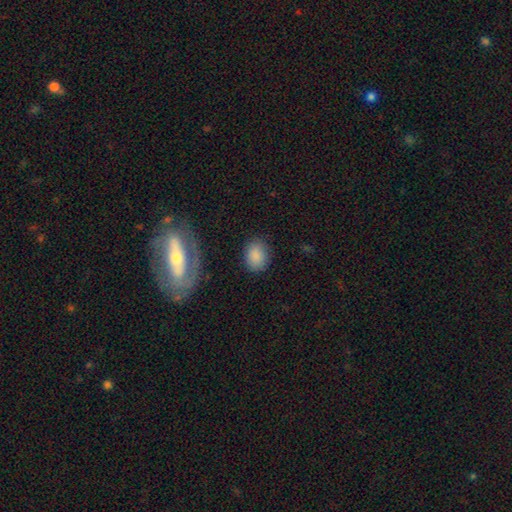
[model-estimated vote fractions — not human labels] This is clearly a smooth galaxy (86%). How rounded: likely in between (60%). Merging: clearly none (84%).